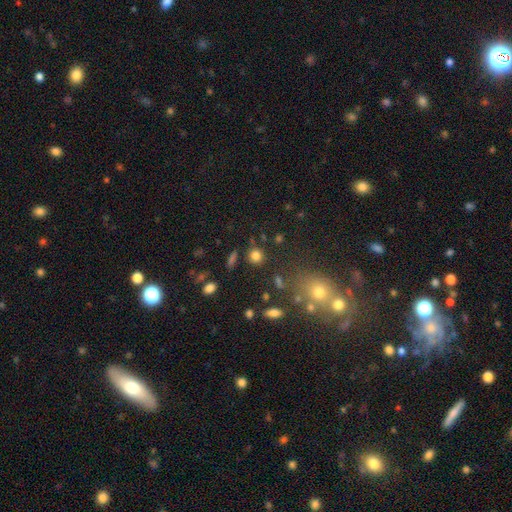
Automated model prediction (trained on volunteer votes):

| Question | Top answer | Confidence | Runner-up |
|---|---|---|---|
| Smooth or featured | smooth | 80% | star or artifact (14%) |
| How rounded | round | 86% | in between (13%) |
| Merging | none | 83% | minor disturbance (9%) |